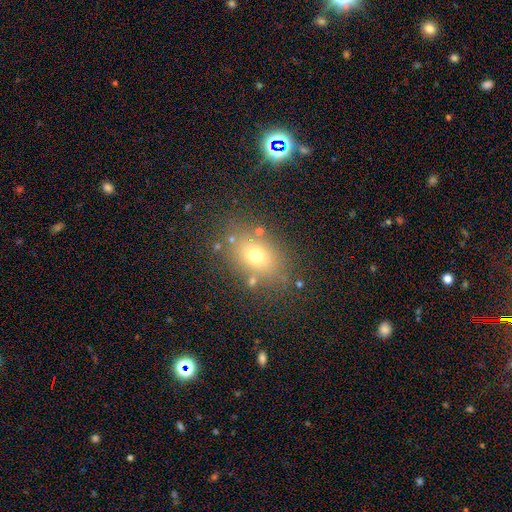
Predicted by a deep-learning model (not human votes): Overall: smooth (70%). How rounded: in between (72%). Merging: none (77%).